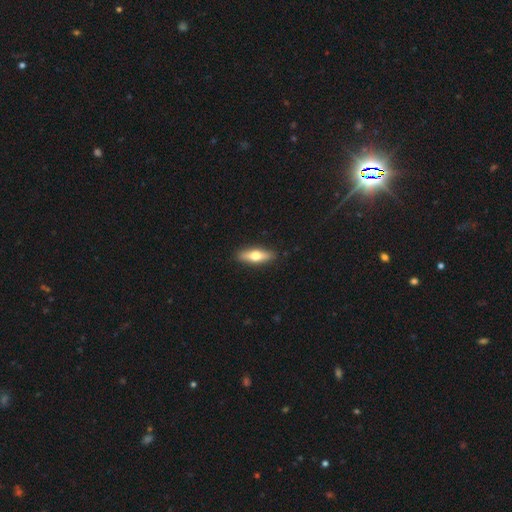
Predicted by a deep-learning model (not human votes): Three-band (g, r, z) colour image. It shows a smooth galaxy with no disk features (57%) that is cigar-shaped (52%). Merging: none (90%).